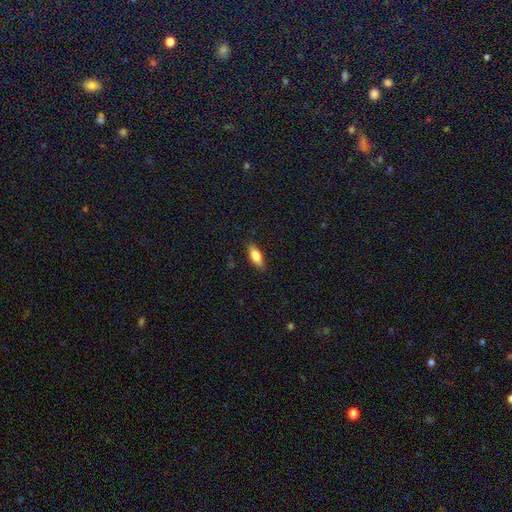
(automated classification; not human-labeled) A smooth galaxy with no disk features (80%) that is in between round and cigar-shaped (69%). Merging: none (86%).